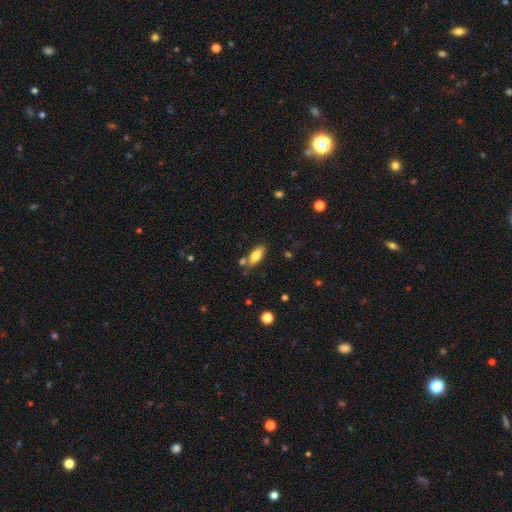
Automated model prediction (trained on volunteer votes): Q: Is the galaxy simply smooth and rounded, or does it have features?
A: smooth — 80%.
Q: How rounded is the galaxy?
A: in between — 81%.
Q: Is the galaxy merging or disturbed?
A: none — 73%.